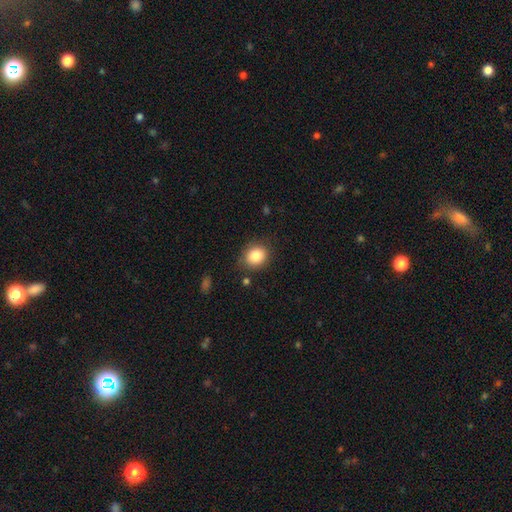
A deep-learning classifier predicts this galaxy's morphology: This appears to be a smooth galaxy with no disk features (84%) that is round (70%). Merging: none (84%).